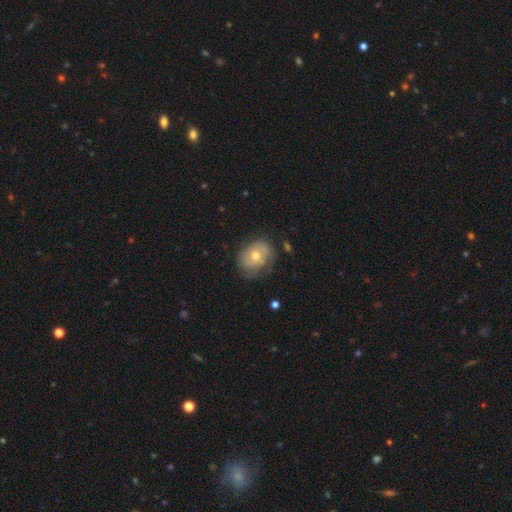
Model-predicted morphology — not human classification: A smooth galaxy with no disk features (48%).

Vote fractions:
- Smooth or featured? smooth: 48% / featured or disk: 45% / star or artifact: 7%
- Merging? none: 64% / minor disturbance: 25% / major disturbance: 9% / merger: 2%